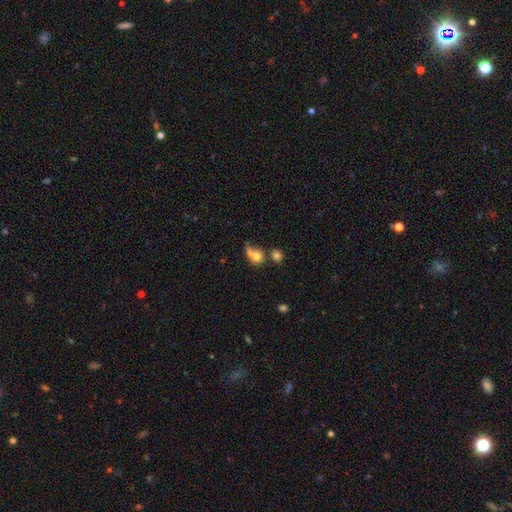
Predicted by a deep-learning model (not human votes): Smooth or featured: smooth — 72% (featured or disk — 17%)
How rounded: round — 67% (in between — 30%)
Merging: merger — 38% (none — 31%)